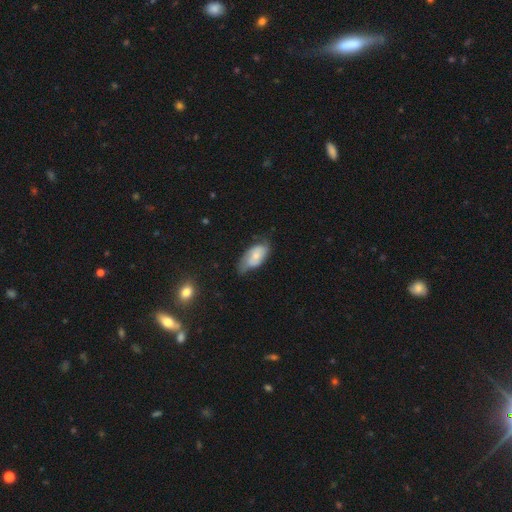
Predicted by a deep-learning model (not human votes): Smooth or featured?
  - smooth: 52% *
  - featured or disk: 41%
  - star or artifact: 7%
How rounded?
  - in between: 92% *
  - cigar-shaped: 4%
  - round: 4%
Merging?
  - none: 49% *
  - minor disturbance: 37%
  - major disturbance: 12%
  - merger: 2%